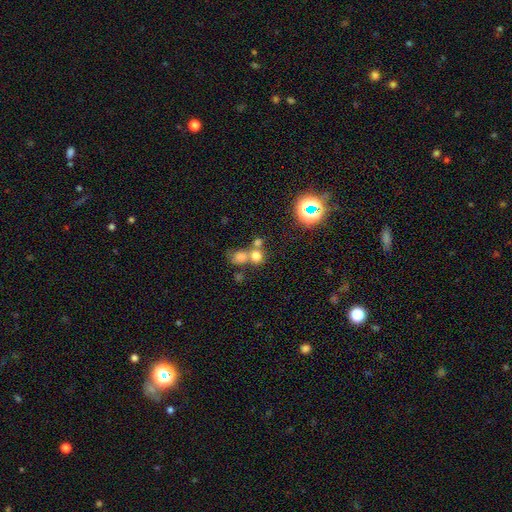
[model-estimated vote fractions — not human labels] Q: Smooth or featured?
A: smooth (69%); runner-up: star or artifact (19%)
Q: How rounded?
A: round (77%); runner-up: in between (22%)
Q: Merging?
A: merger (51%); runner-up: none (38%)